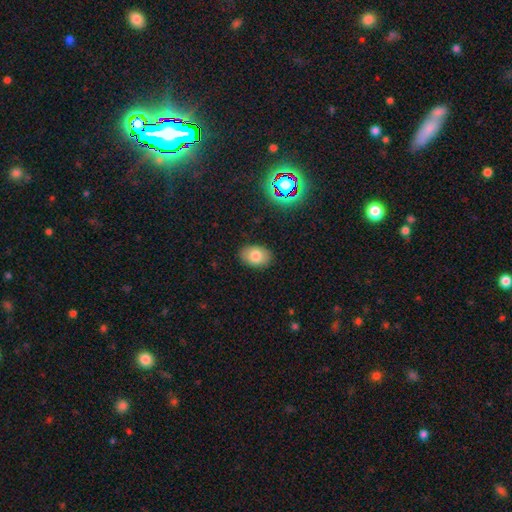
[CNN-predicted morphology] Smooth or featured? Predicted: smooth (p=0.78). How rounded? Predicted: in between (p=0.84). Merging? Predicted: none (p=0.88).